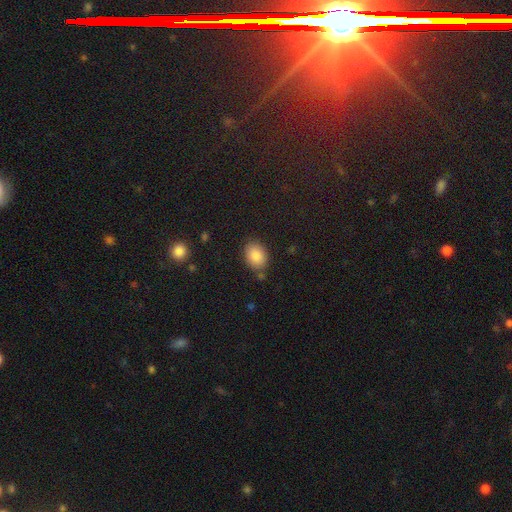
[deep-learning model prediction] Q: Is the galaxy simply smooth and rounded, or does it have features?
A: smooth — 87%.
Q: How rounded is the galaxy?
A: in between — 72%.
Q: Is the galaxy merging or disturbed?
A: none — 79%.